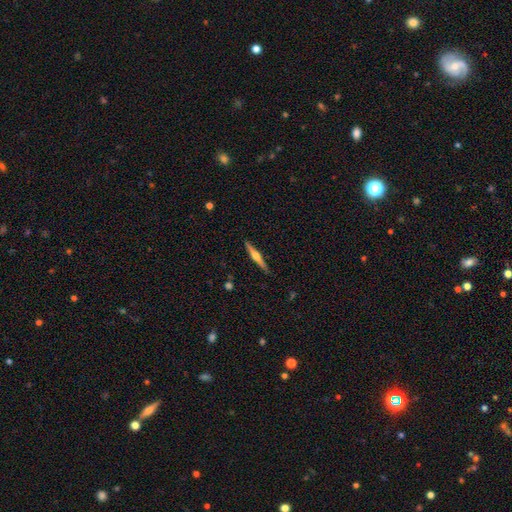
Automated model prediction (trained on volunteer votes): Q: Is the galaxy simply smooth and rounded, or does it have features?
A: featured or disk — 72%.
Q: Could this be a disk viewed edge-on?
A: yes — 98%.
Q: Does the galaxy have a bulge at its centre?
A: rounded — 91%.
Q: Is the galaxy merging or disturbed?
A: none — 90%.